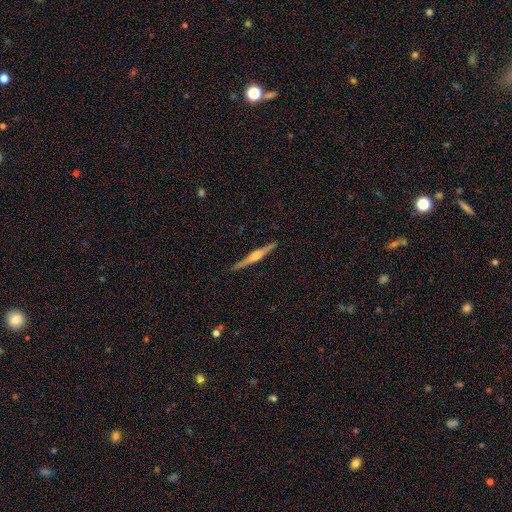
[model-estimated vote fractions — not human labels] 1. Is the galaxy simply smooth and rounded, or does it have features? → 76% featured or disk, 19% smooth, 5% star or artifact.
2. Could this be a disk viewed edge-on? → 98% yes, 2% no.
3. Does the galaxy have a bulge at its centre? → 81% rounded, 13% boxy, 6% none.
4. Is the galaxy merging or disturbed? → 91% none, 7% minor disturbance, 1% major disturbance, 1% merger.